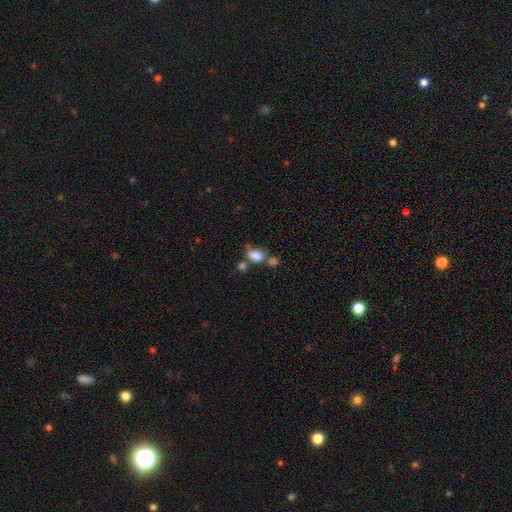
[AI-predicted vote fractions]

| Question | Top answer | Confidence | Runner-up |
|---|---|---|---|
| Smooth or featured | smooth | 81% | star or artifact (11%) |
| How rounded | in between | 83% | round (15%) |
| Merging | none | 40% | merger (36%) |